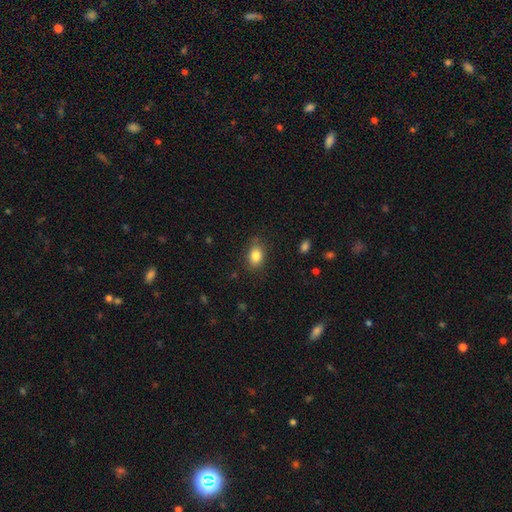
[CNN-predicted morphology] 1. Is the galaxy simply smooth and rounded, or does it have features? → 84% smooth, 9% star or artifact, 7% featured or disk.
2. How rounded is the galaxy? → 77% in between, 21% round, 2% cigar-shaped.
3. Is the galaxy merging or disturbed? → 80% none, 15% minor disturbance, 4% major disturbance, 2% merger.